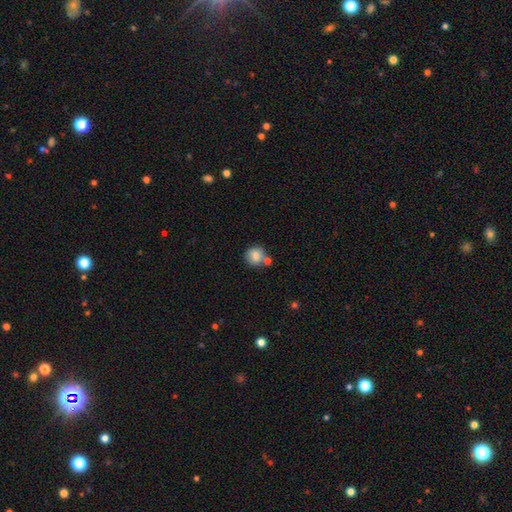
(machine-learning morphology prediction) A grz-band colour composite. It shows a smooth galaxy with no disk features (83%) that is round (91%). Merging: none (68%).